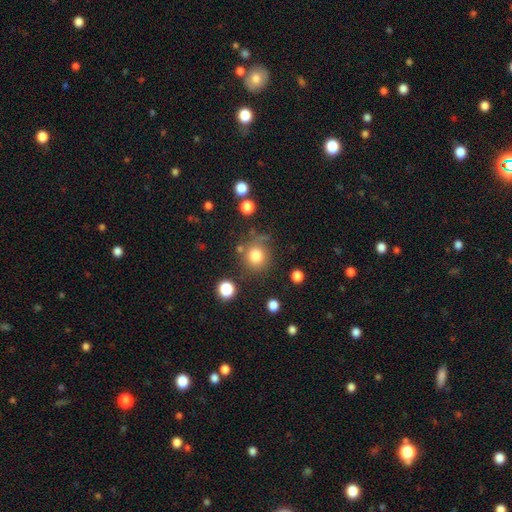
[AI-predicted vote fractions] Smooth or featured? smooth (80%)
How rounded? round (90%)
Merging? none (75%)